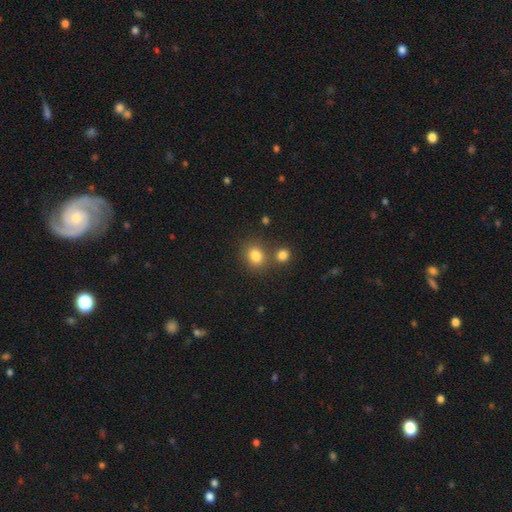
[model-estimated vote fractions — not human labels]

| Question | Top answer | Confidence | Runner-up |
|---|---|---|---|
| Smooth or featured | smooth | 81% | star or artifact (12%) |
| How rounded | round | 55% | in between (44%) |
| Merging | none | 66% | merger (20%) |